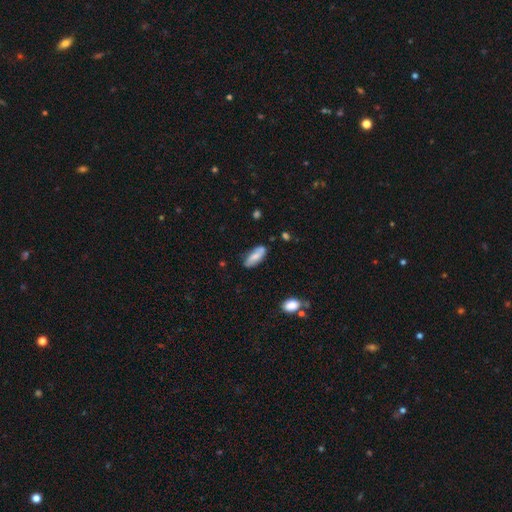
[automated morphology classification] A smooth galaxy with no disk features (65%) that is in between round and cigar-shaped (78%). Merging: none (76%).